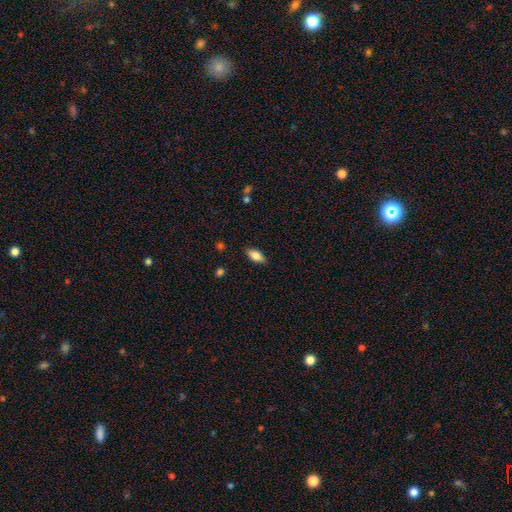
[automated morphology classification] Smooth or featured: smooth — 83% (featured or disk — 10%)
How rounded: in between — 88% (cigar-shaped — 8%)
Merging: none — 86% (minor disturbance — 10%)